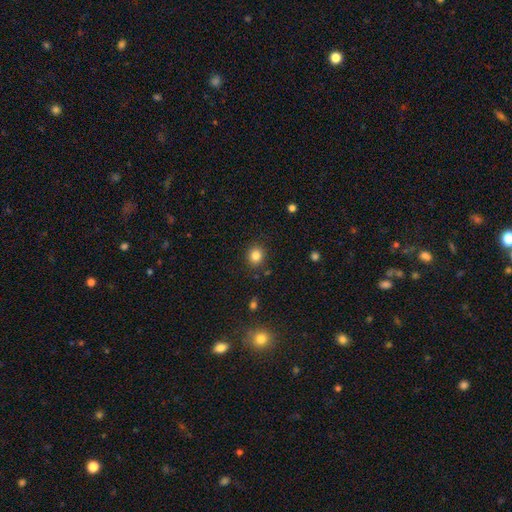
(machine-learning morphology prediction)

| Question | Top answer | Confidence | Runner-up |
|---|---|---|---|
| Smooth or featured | smooth | 83% | star or artifact (11%) |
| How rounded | round | 77% | in between (22%) |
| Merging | none | 87% | minor disturbance (8%) |